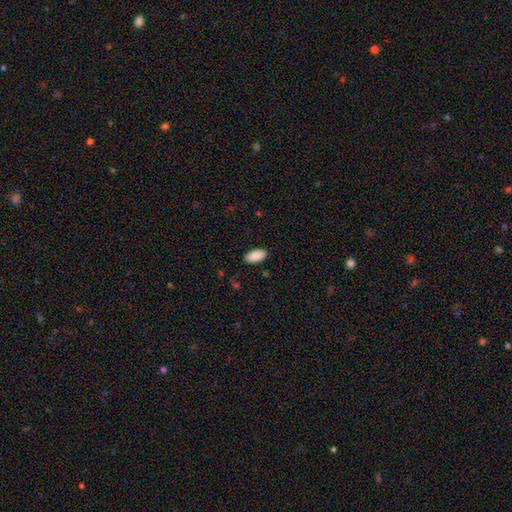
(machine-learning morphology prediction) smooth 90%, star or artifact 6%, featured or disk 3%. Down the decision tree: how rounded — in between (92%); merging — none (87%).